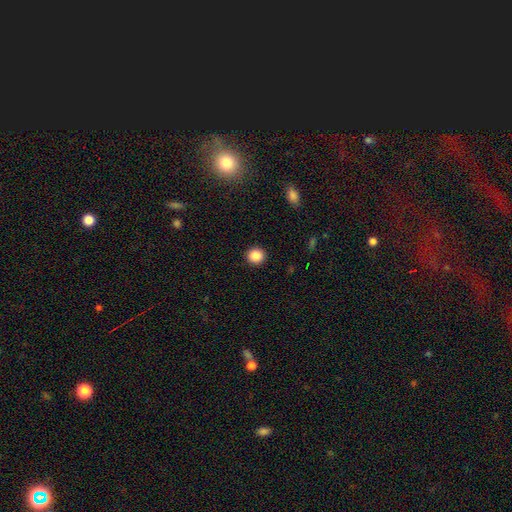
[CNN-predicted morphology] Smooth or featured: smooth — 87% (star or artifact — 10%)
How rounded: round — 90% (in between — 9%)
Merging: none — 92% (minor disturbance — 5%)